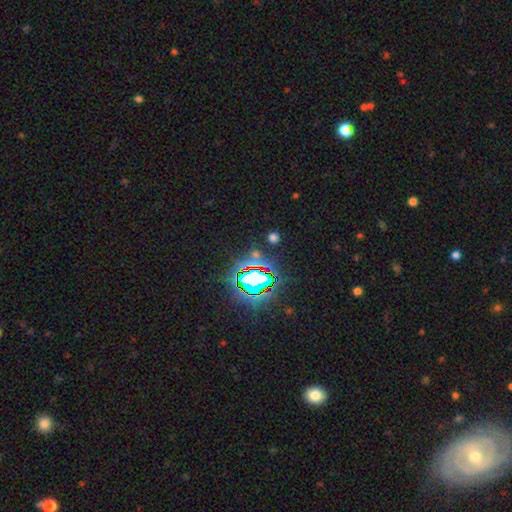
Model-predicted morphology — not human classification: This is likely a star or artifact rather than a galaxy (76%).